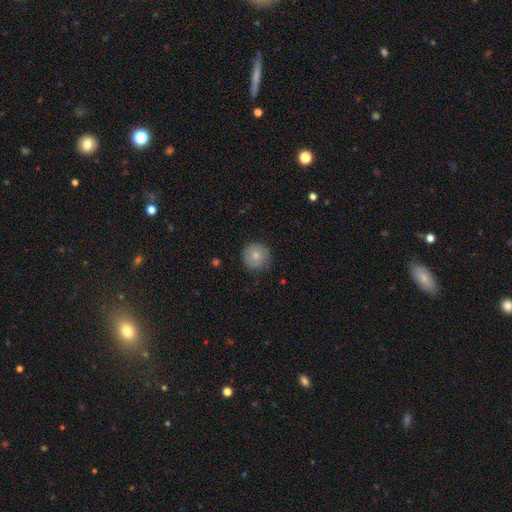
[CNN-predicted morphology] Q: Smooth or featured?
A: smooth (77%); runner-up: featured or disk (15%)
Q: How rounded?
A: round (95%); runner-up: in between (4%)
Q: Merging?
A: none (82%); runner-up: minor disturbance (14%)